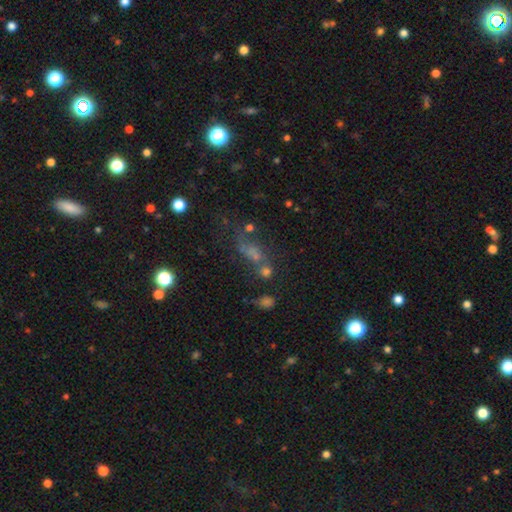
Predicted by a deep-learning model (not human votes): A smooth galaxy with no disk features (40%). Merging: none (49%).